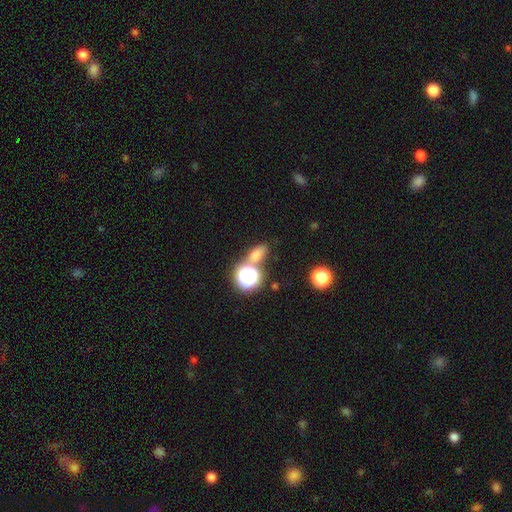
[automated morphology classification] smooth-or-featured: smooth: 67% | star or artifact: 24% | featured or disk: 9%
  how-rounded: in between: 65% | round: 30% | cigar-shaped: 5%
  merging: none: 64% | merger: 20% | minor disturbance: 11% | major disturbance: 5%